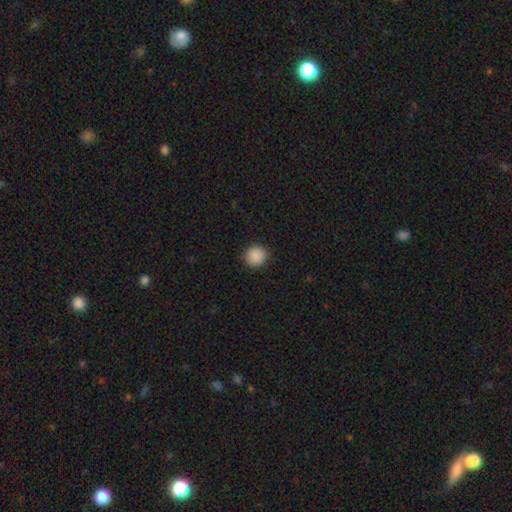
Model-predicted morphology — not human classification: Smooth or featured: smooth — 89% (star or artifact — 9%)
How rounded: round — 91% (in between — 8%)
Merging: none — 90% (minor disturbance — 7%)